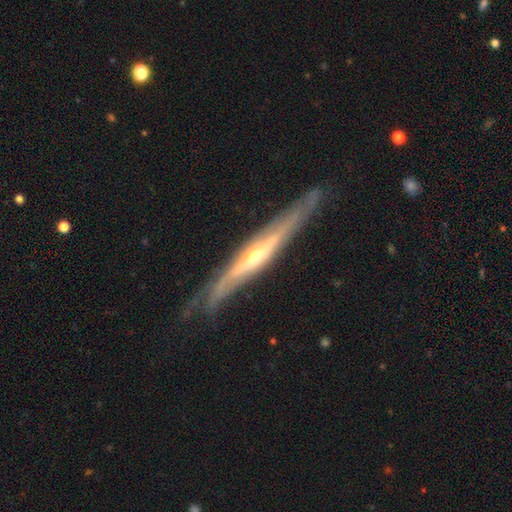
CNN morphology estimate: Smooth or featured? featured or disk (82%)
Edge-on disk? yes (84%)
Edge-on bulge? rounded (71%)
Merging? none (75%)